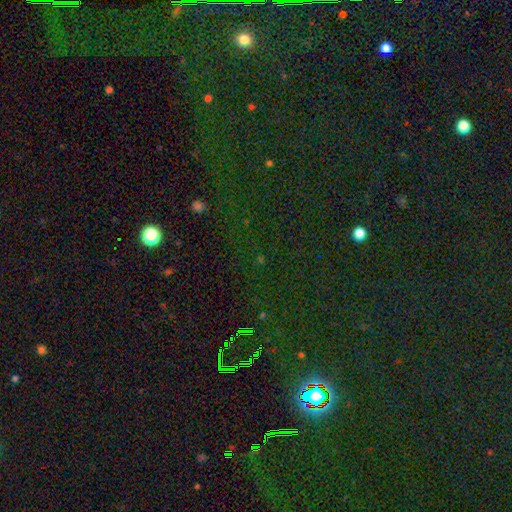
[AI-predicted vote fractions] This is clearly a star or artifact rather than a galaxy (81%).